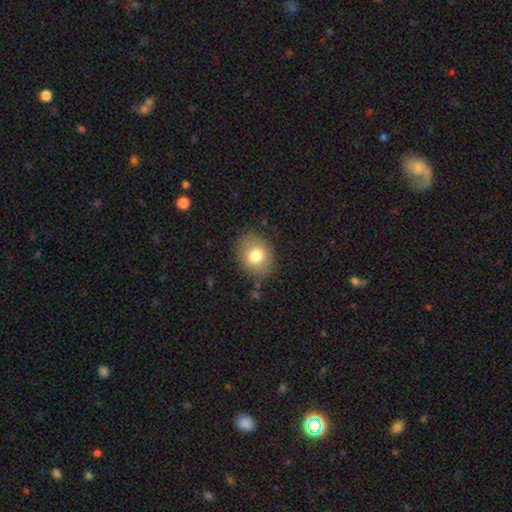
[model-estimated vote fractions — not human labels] A smooth galaxy with no disk features (77%) that is in between round and cigar-shaped (50%).

Vote fractions:
- Smooth or featured? smooth: 77% / featured or disk: 14% / star or artifact: 9%
- How rounded? in between: 50% / round: 49% / cigar-shaped: 1%
- Merging? none: 83% / minor disturbance: 12% / major disturbance: 4% / merger: 1%